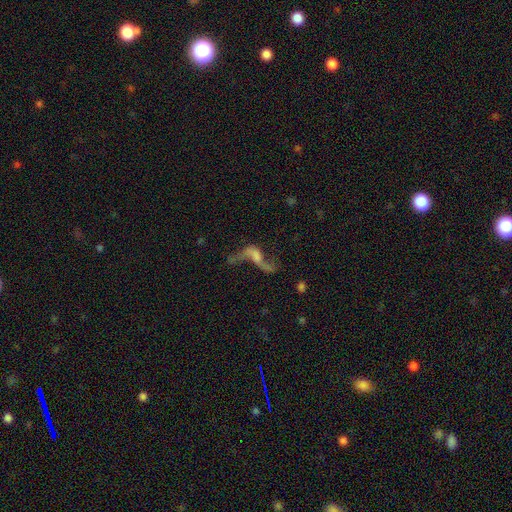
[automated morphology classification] A featured or disk galaxy (72%) with no bar (52%), 2 (86%) loose (94%) spiral arms (79%) and no central bulge (42%).

Vote fractions:
- Smooth or featured? featured or disk: 72% / smooth: 16% / star or artifact: 13%
- Edge-on disk? no: 90% / yes: 10%
- Bar? no: 52% / weak: 34% / strong: 14%
- Spiral arms? yes: 79% / no: 21%
- Spiral winding? loose: 94% / medium: 4% / tight: 2%
- Spiral arm count? 2: 86% / 1: 8% / can't tell: 3% / 3: 1% / 4: 1% / more than 4: 1%
- Bulge size? none: 42% / small: 30% / moderate: 21% / large: 6% / dominant: 2%
- Merging? none: 38% / major disturbance: 33% / minor disturbance: 16% / merger: 13%